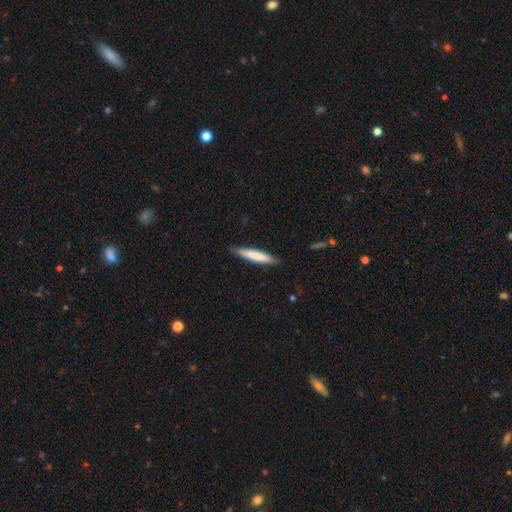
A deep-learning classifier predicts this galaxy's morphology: A smooth galaxy with no disk features (74%) that is cigar-shaped (91%). Merging: none (85%).